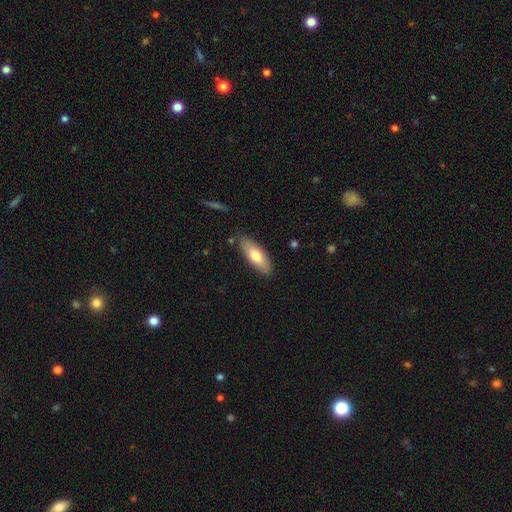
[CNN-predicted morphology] Smooth or featured? Predicted: smooth (p=0.73). How rounded? Predicted: in between (p=0.69). Merging? Predicted: none (p=0.83).